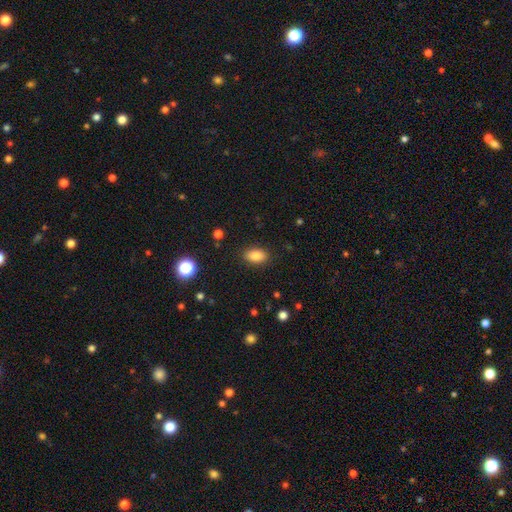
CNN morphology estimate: smooth_or_featured: smooth (p=0.85) [alt: star or artifact p=0.09]
how_rounded: in between (p=0.90) [alt: round p=0.08]
merging: none (p=0.88) [alt: minor disturbance p=0.09]